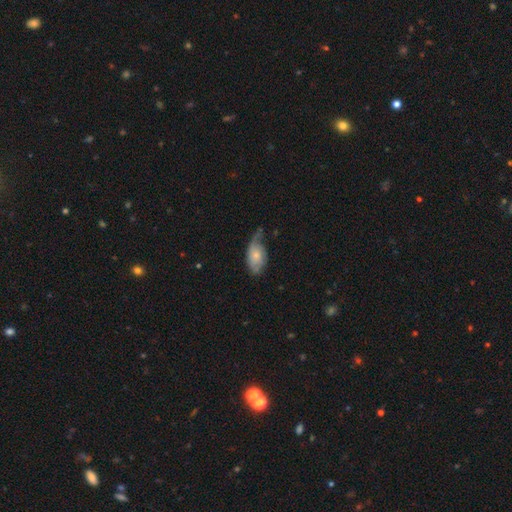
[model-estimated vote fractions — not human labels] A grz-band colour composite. It shows a smooth galaxy with no disk features (51%) that is in between round and cigar-shaped (90%). Merging: minor disturbance (38%).